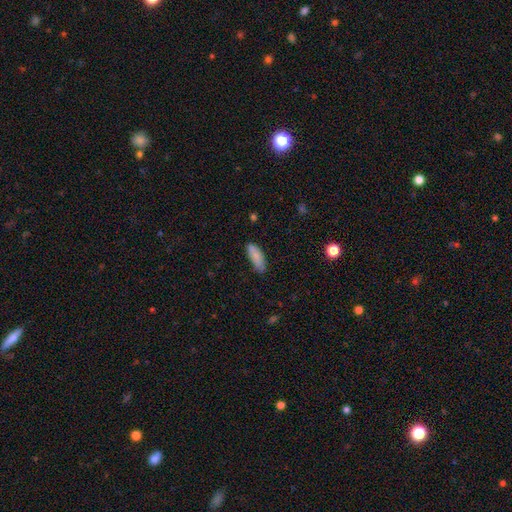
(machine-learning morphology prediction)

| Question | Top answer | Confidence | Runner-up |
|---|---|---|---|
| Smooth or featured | smooth | 82% | featured or disk (11%) |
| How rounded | in between | 72% | cigar-shaped (26%) |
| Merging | none | 68% | minor disturbance (26%) |